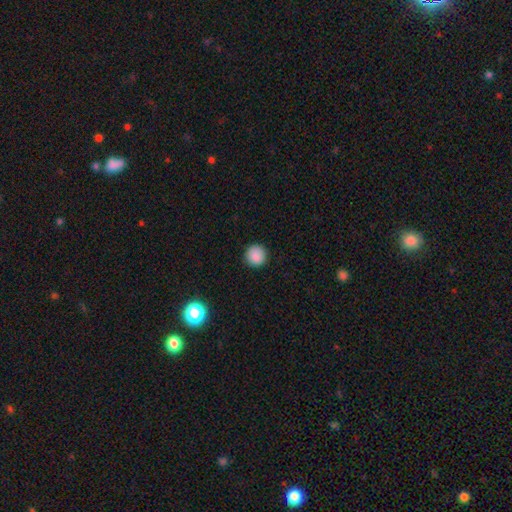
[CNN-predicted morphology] Smooth or featured?
  - smooth: 88% *
  - star or artifact: 9%
  - featured or disk: 3%
How rounded?
  - round: 95% *
  - in between: 4%
  - cigar-shaped: 1%
Merging?
  - none: 91% *
  - minor disturbance: 6%
  - major disturbance: 2%
  - merger: 1%